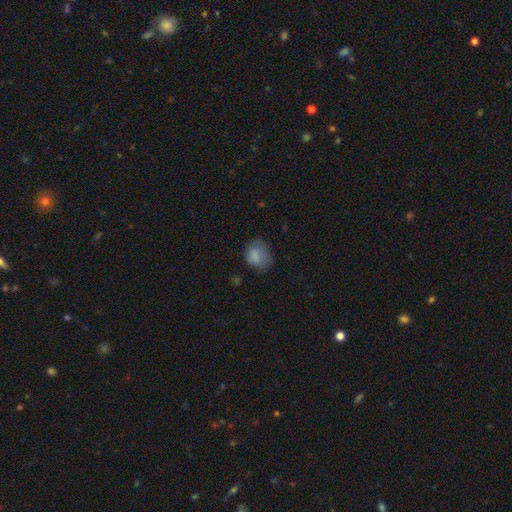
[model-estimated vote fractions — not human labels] The model was most divided on "how rounded": in between: 58%, round: 41%, cigar-shaped: 1%. More confident: smooth or featured — smooth (81%); merging — none (56%).